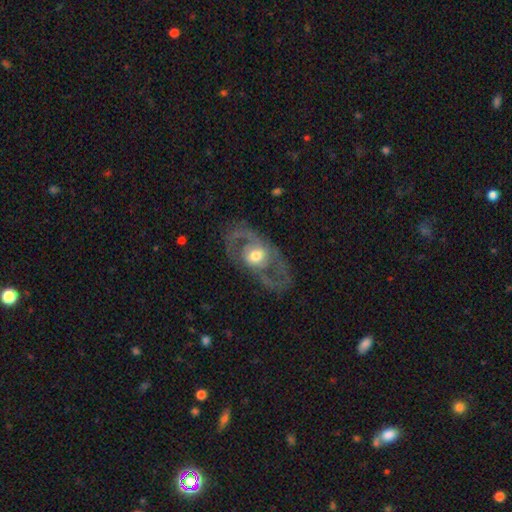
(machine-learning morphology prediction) This appears to be a featured or disk galaxy (74%) with no bar (61%), spiral arms (58%) and a moderate central bulge (66%). Merging: none (72%).